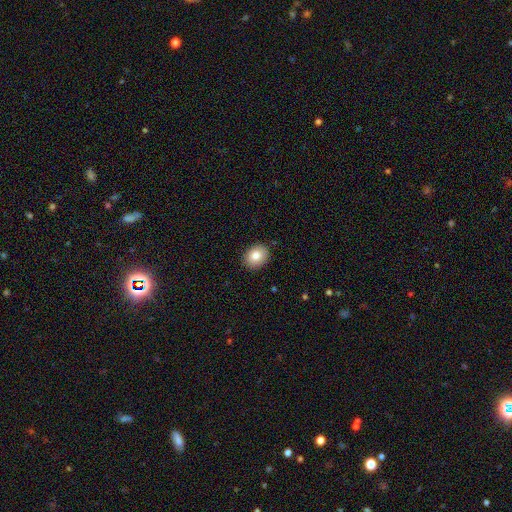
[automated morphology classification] Smooth or featured: smooth — 81% (featured or disk — 10%)
How rounded: round — 52% (in between — 47%)
Merging: none — 89% (minor disturbance — 8%)